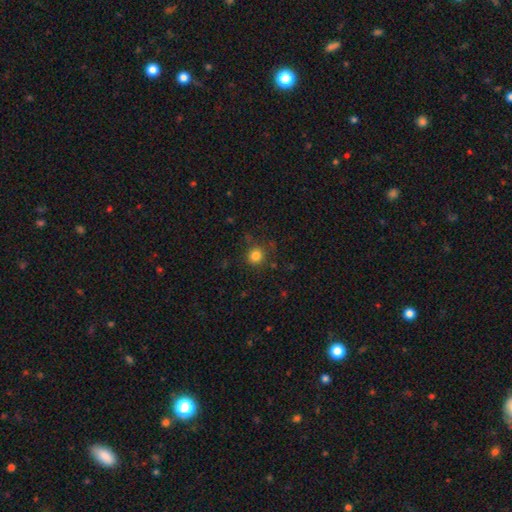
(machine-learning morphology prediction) Smooth or featured? Predicted: smooth (p=0.82). How rounded? Predicted: round (p=0.93). Merging? Predicted: none (p=0.82).